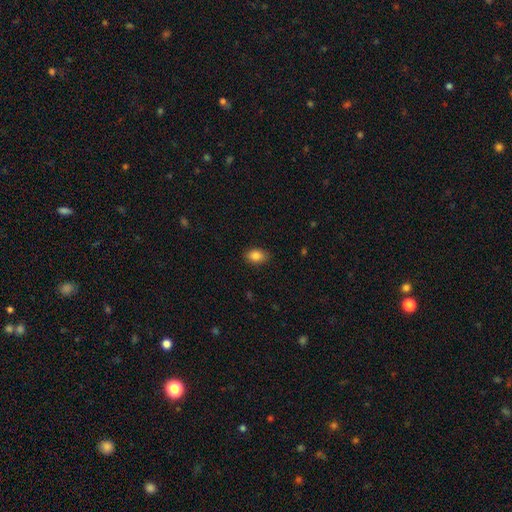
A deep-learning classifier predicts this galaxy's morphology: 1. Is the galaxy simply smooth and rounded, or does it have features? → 86% smooth, 8% star or artifact, 6% featured or disk.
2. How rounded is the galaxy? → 81% in between, 17% round, 1% cigar-shaped.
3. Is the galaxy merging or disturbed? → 86% none, 11% minor disturbance, 2% major disturbance, 1% merger.